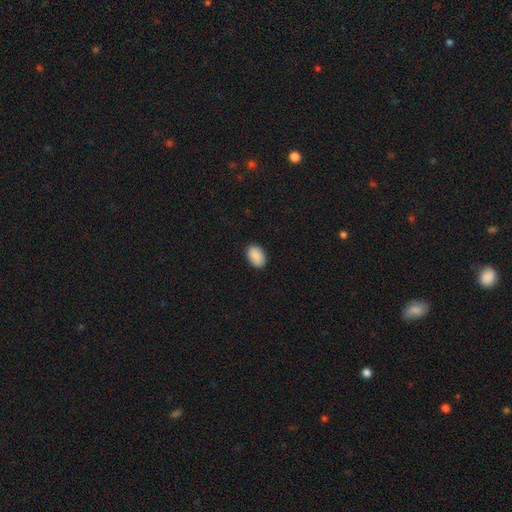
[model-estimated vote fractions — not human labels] smooth 91%, star or artifact 6%, featured or disk 3%. Down the decision tree: how rounded — in between (90%); merging — none (89%).